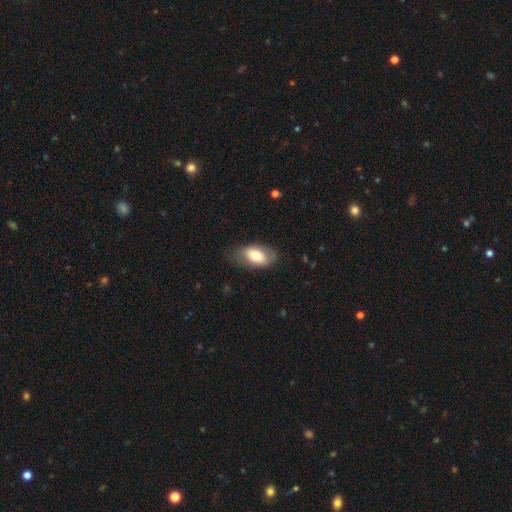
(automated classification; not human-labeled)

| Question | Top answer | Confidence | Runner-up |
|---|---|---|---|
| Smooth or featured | smooth | 68% | featured or disk (25%) |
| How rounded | in between | 91% | round (6%) |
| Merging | none | 68% | minor disturbance (23%) |